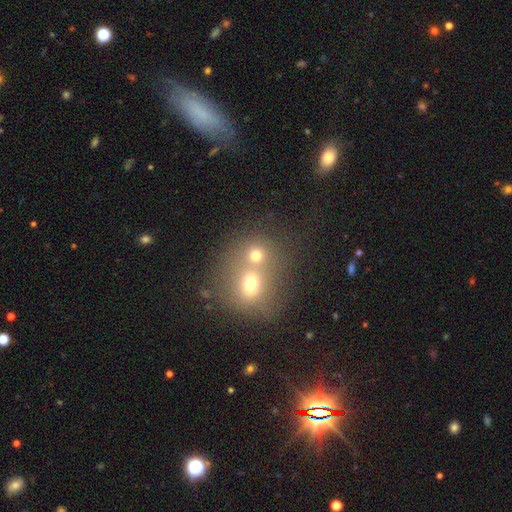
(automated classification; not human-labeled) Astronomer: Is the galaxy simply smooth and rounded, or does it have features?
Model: smooth — 67%.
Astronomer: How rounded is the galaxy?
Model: round — 78%.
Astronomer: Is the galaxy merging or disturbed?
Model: merger — 57% (runner-up: none, 34%).